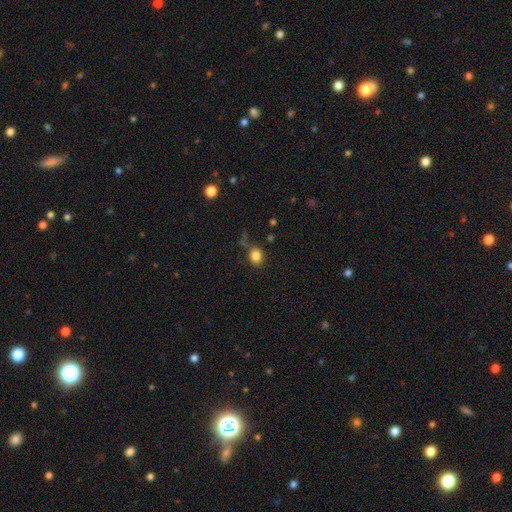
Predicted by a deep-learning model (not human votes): Smooth or featured: smooth — 83% (star or artifact — 11%)
How rounded: round — 68% (in between — 31%)
Merging: none — 75% (minor disturbance — 14%)